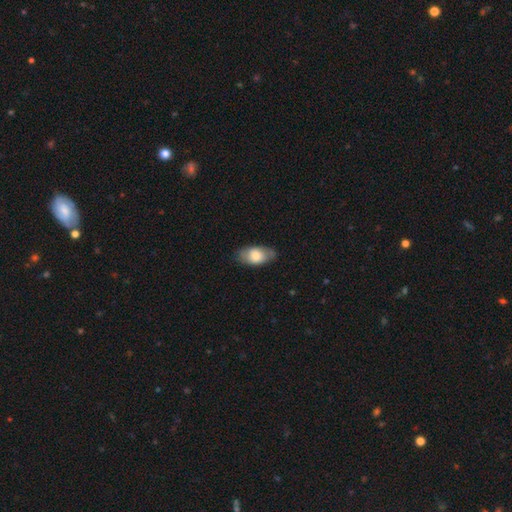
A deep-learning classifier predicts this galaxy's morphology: The model was most divided on "smooth or featured": smooth: 71%, featured or disk: 23%, star or artifact: 6%. More confident: how rounded — in between (91%); merging — none (76%).